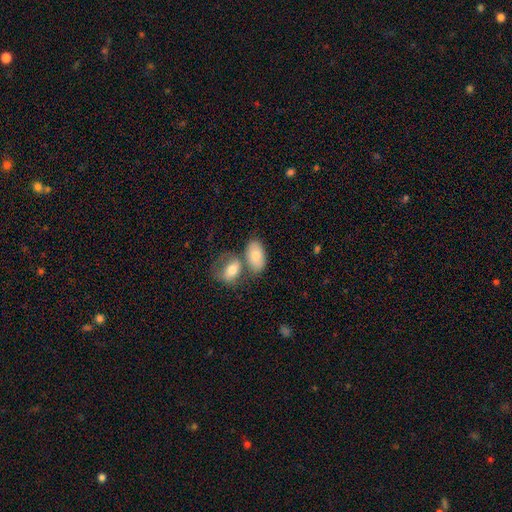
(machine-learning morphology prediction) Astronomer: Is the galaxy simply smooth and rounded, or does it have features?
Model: smooth — 77%.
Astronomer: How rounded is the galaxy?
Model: in between — 92%.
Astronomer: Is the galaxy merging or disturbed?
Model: merger — 42% (runner-up: none, 41%).